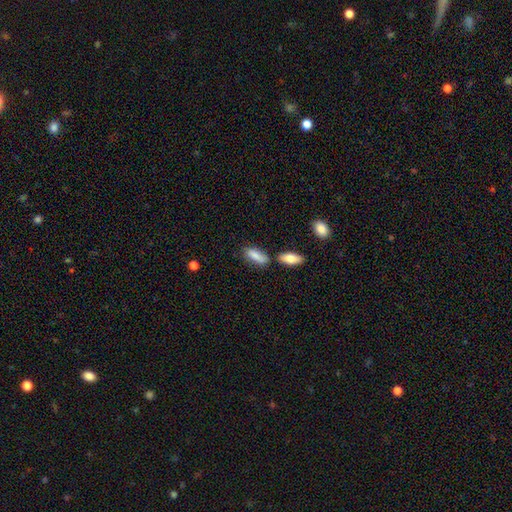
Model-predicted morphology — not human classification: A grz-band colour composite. It shows a smooth galaxy with no disk features (82%) that is in between round and cigar-shaped (71%). Merging: none (63%).